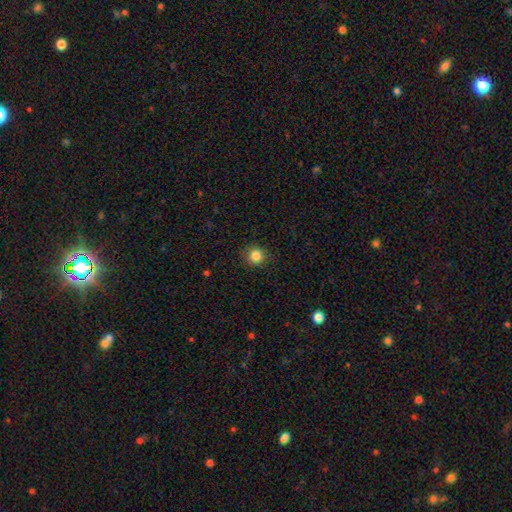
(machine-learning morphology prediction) This is clearly a smooth galaxy (84%). How rounded: clearly round (92%). Merging: clearly none (89%).